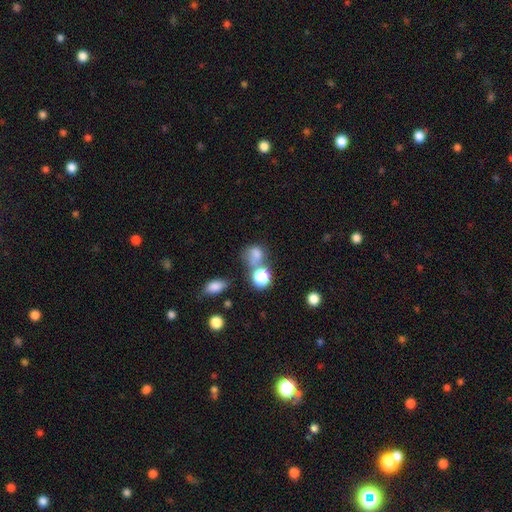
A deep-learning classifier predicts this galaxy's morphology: This is likely a smooth galaxy (72%). How rounded: possibly round (59%). Merging: marginally none (37%).